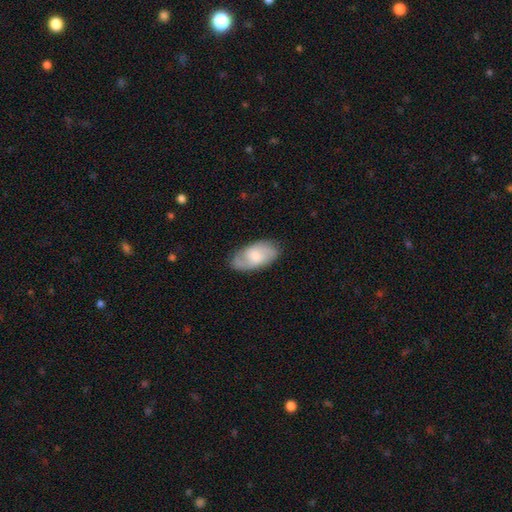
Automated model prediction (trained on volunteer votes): Q: Smooth or featured?
A: featured or disk (48%); runner-up: smooth (46%)
Q: Merging?
A: none (79%); runner-up: minor disturbance (16%)